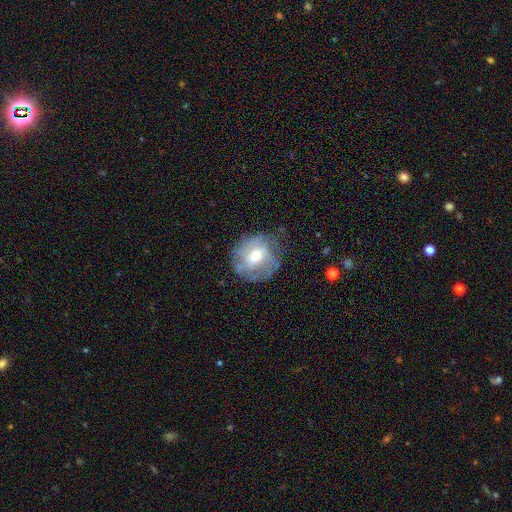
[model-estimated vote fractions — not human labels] featured or disk 56%, smooth 34%, star or artifact 9%. Down the decision tree: edge-on disk — no (95%); bar — no (52%); spiral arms — yes (61%); bulge size — moderate (62%); merging — none (64%).